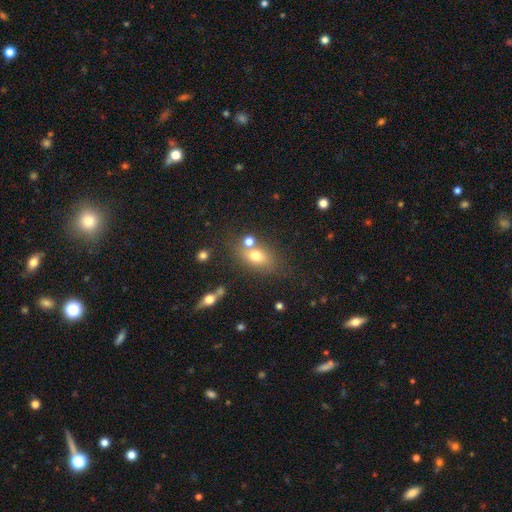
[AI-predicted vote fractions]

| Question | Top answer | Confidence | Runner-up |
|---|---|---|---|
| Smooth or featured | smooth | 71% | featured or disk (17%) |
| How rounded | in between | 73% | round (24%) |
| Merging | none | 58% | merger (22%) |